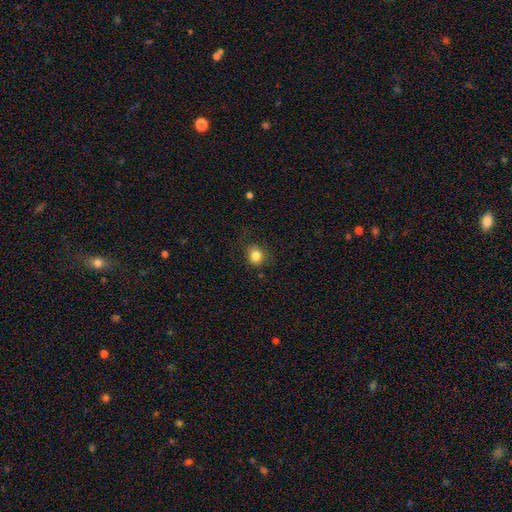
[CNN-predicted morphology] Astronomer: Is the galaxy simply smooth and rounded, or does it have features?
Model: smooth — 84%.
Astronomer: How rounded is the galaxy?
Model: round — 77%.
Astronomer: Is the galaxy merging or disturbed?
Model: none — 82%.